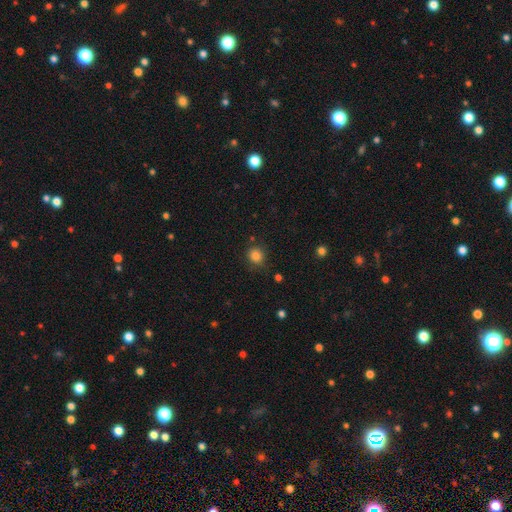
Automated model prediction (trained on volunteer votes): smooth-or-featured: smooth: 83% | star or artifact: 12% | featured or disk: 4%
  how-rounded: round: 82% | in between: 17% | cigar-shaped: 1%
  merging: none: 82% | minor disturbance: 13% | major disturbance: 4% | merger: 2%